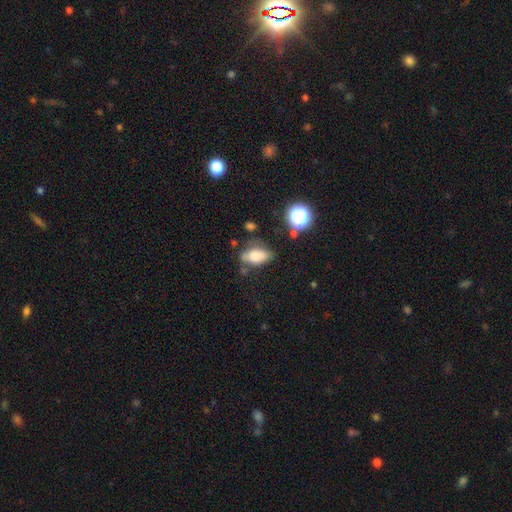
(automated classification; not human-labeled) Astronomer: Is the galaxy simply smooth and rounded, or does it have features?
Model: smooth — 71%.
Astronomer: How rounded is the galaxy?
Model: in between — 87%.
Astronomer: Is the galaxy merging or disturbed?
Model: none — 56%.